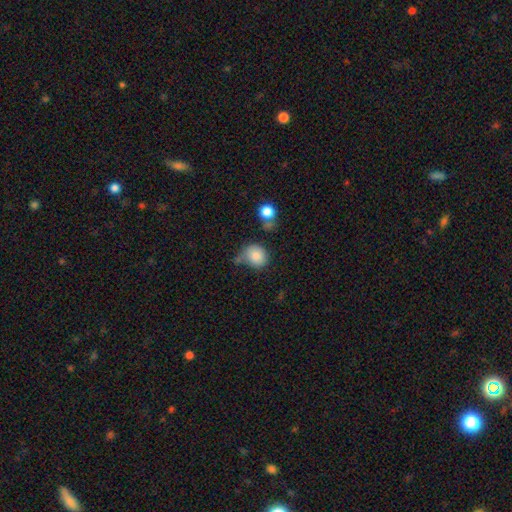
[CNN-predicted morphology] This is clearly a smooth galaxy (82%). How rounded: likely round (71%). Merging: possibly none (48%).